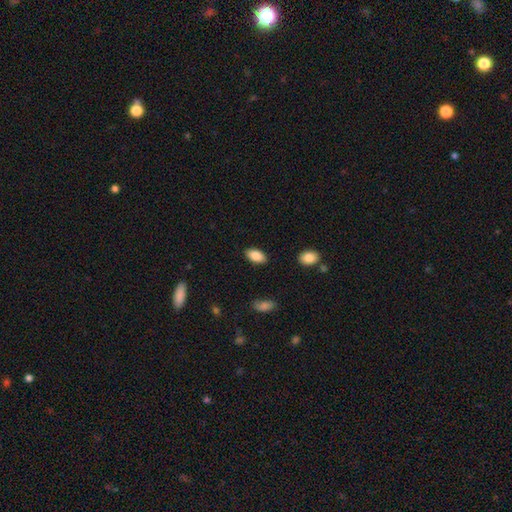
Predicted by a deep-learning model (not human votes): This is clearly a smooth galaxy (86%). How rounded: clearly in between (93%). Merging: clearly none (87%).